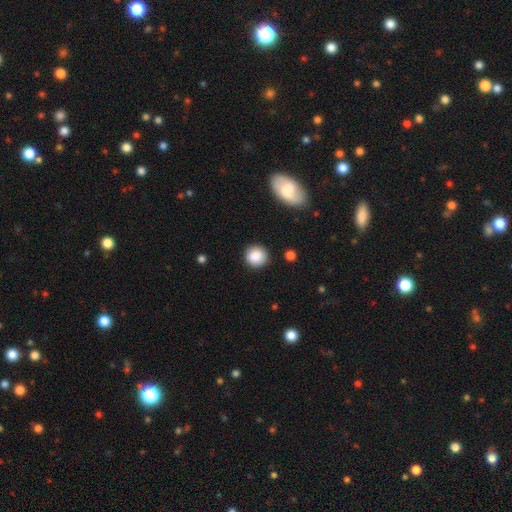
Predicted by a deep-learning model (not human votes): Q: Smooth or featured?
A: smooth (86%); runner-up: star or artifact (8%)
Q: How rounded?
A: round (90%); runner-up: in between (9%)
Q: Merging?
A: none (86%); runner-up: minor disturbance (9%)